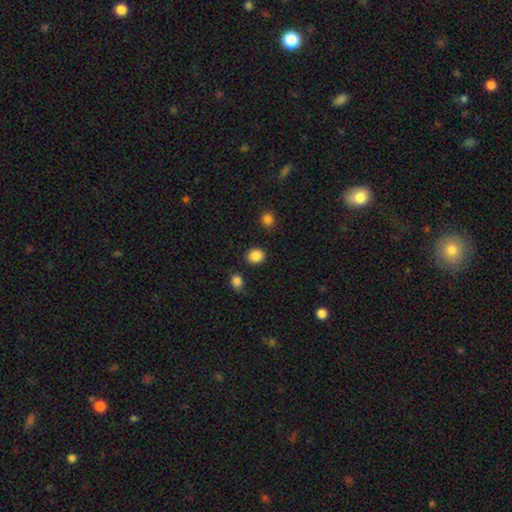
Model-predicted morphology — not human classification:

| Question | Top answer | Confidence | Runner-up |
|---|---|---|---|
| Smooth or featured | smooth | 87% | star or artifact (10%) |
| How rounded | round | 73% | in between (26%) |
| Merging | none | 87% | minor disturbance (7%) |